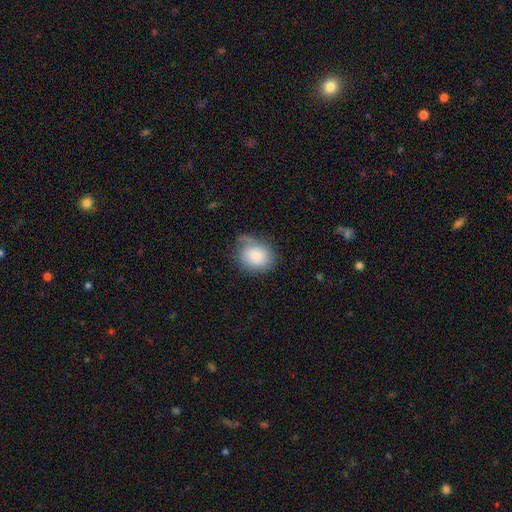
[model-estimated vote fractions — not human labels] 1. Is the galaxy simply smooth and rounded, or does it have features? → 79% smooth, 13% featured or disk, 8% star or artifact.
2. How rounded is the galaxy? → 51% round, 48% in between, 1% cigar-shaped.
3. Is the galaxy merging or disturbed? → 46% none, 35% minor disturbance, 16% major disturbance, 3% merger.